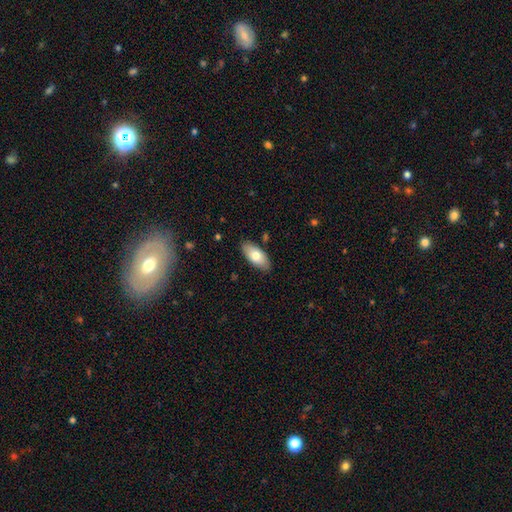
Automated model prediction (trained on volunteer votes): smooth_or_featured: smooth (p=0.74) [alt: featured or disk p=0.20]
how_rounded: in between (p=0.90) [alt: cigar-shaped p=0.08]
merging: none (p=0.86) [alt: minor disturbance p=0.11]